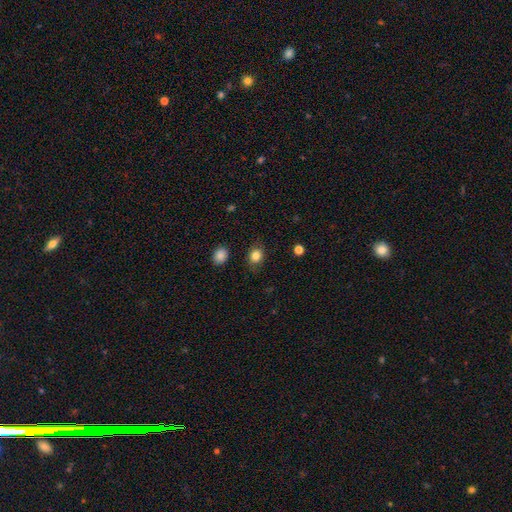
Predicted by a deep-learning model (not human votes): smooth-or-featured: smooth: 84% | star or artifact: 10% | featured or disk: 5%
  how-rounded: round: 61% | in between: 38% | cigar-shaped: 1%
  merging: none: 83% | minor disturbance: 12% | major disturbance: 3% | merger: 2%